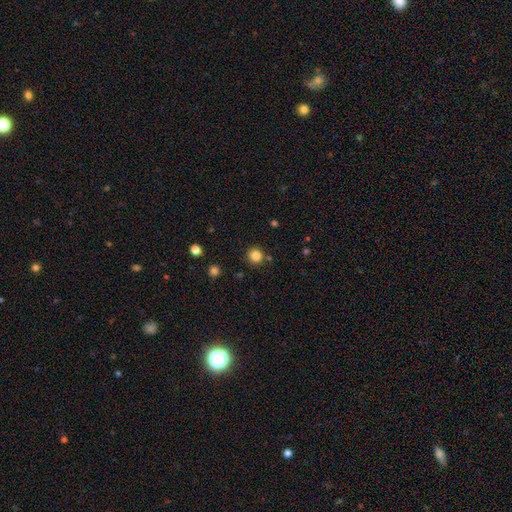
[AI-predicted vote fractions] Q: Smooth or featured?
A: smooth (84%); runner-up: star or artifact (12%)
Q: How rounded?
A: round (93%); runner-up: in between (6%)
Q: Merging?
A: none (86%); runner-up: minor disturbance (7%)